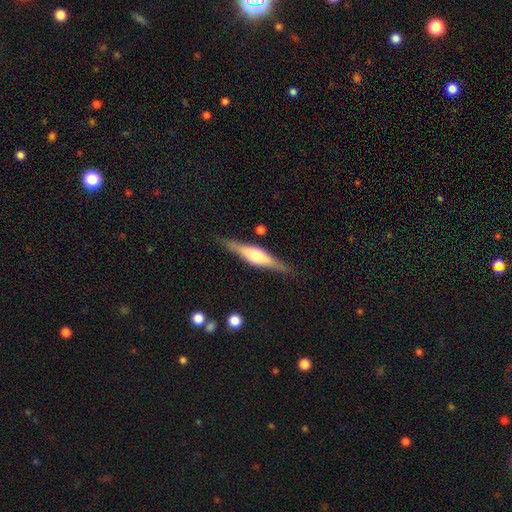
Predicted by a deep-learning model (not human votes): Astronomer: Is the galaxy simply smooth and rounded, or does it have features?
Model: featured or disk — 68%.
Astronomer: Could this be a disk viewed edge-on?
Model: yes — 96%.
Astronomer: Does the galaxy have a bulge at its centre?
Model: rounded — 83%.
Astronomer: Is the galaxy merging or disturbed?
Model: none — 86%.